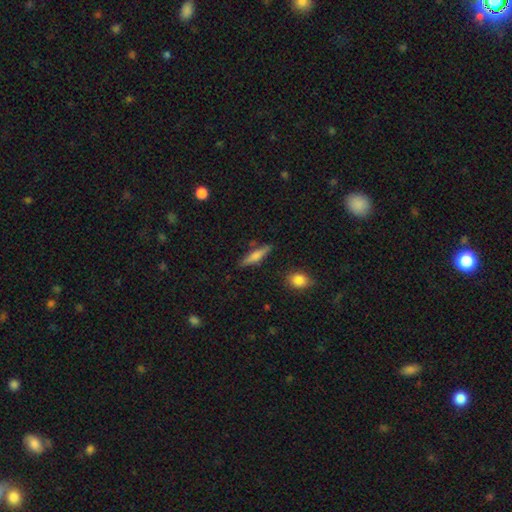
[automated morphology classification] smooth-or-featured: smooth: 61% | featured or disk: 33% | star or artifact: 7%
  how-rounded: cigar-shaped: 77% | in between: 21% | round: 2%
  merging: none: 84% | minor disturbance: 11% | merger: 3% | major disturbance: 2%